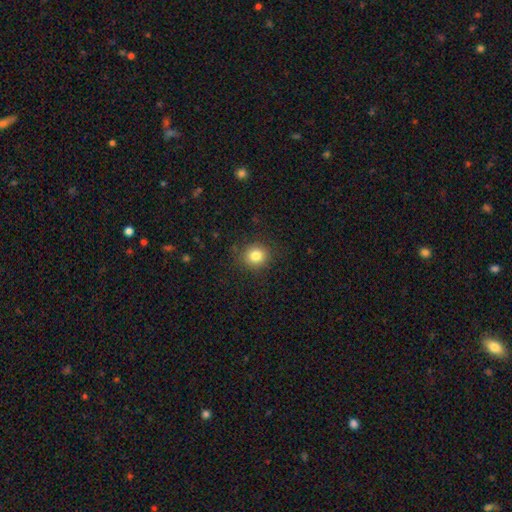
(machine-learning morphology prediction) smooth-or-featured: smooth: 82% | star or artifact: 11% | featured or disk: 7%
  how-rounded: round: 85% | in between: 14% | cigar-shaped: 1%
  merging: none: 87% | minor disturbance: 9% | major disturbance: 3% | merger: 1%